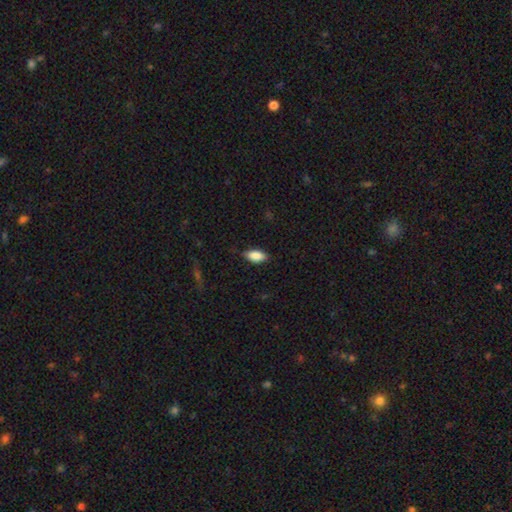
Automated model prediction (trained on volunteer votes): The model was most divided on "merging": none: 79%, minor disturbance: 17%, major disturbance: 3%, merger: 1%. More confident: how rounded — in between (90%); smooth or featured — smooth (86%).